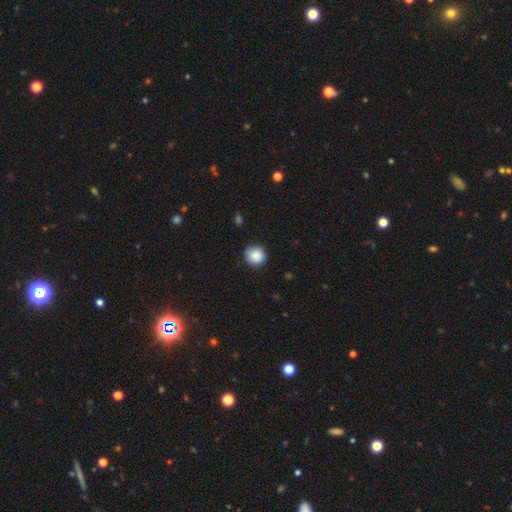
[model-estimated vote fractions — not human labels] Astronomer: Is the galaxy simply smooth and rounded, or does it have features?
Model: smooth — 88%.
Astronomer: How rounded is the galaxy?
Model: round — 90%.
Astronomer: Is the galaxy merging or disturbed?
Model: none — 87%.